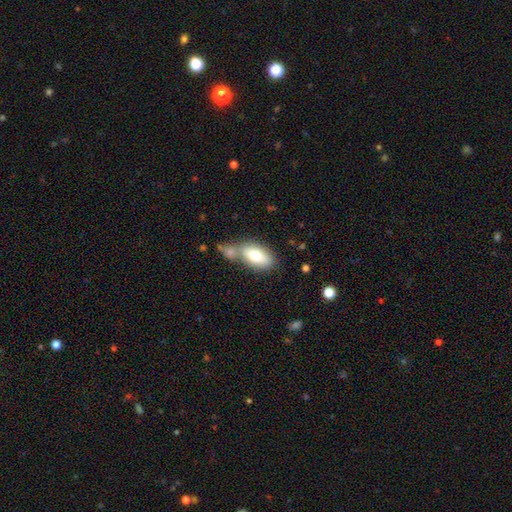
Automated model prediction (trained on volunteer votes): Q: Smooth or featured?
A: smooth (75%); runner-up: featured or disk (18%)
Q: How rounded?
A: in between (91%); runner-up: cigar-shaped (5%)
Q: Merging?
A: none (52%); runner-up: merger (29%)